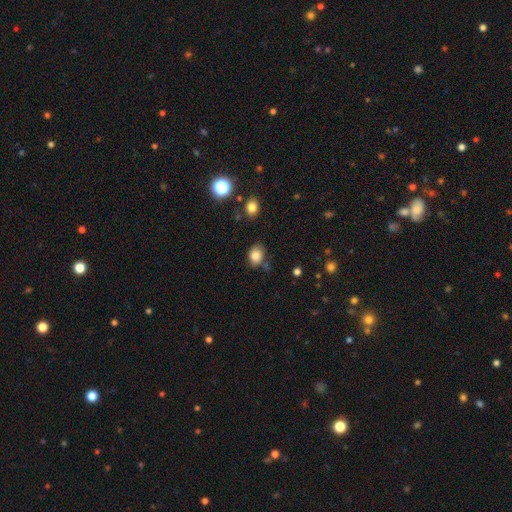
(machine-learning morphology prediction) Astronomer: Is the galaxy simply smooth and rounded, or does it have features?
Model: smooth — 84%.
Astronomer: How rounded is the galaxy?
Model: in between — 55% (runner-up: round, 44%).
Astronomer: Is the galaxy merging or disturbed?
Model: none — 67%.